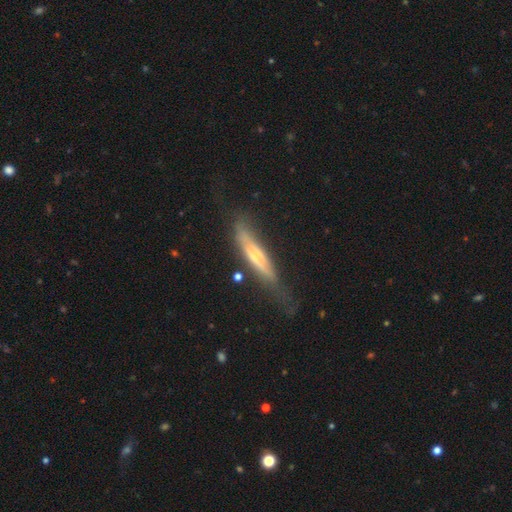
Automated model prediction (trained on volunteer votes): Q: Smooth or featured?
A: featured or disk (56%); runner-up: smooth (37%)
Q: Edge-on disk?
A: yes (82%); runner-up: no (18%)
Q: Merging?
A: none (54%); runner-up: minor disturbance (29%)